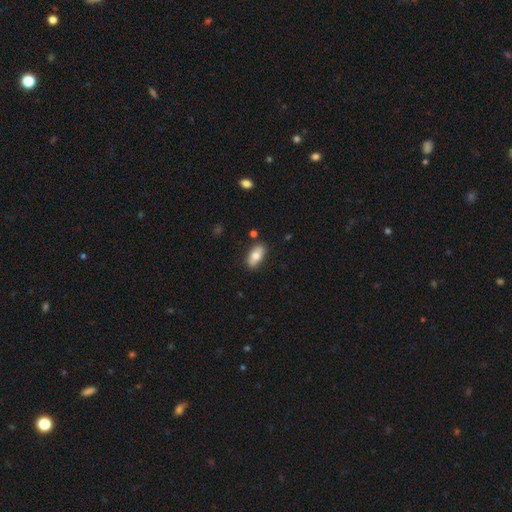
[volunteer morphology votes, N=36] Overall: smooth (75%). How rounded: in between (81%). Merging: none (80%).